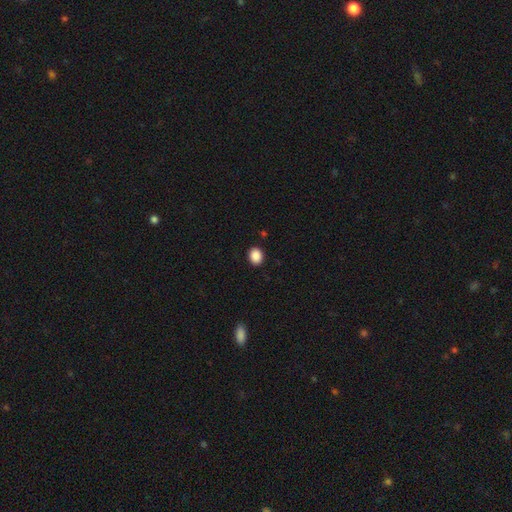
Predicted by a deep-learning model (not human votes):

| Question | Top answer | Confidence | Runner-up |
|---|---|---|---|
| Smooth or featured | smooth | 89% | star or artifact (9%) |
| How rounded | round | 53% | in between (46%) |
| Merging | none | 91% | minor disturbance (6%) |